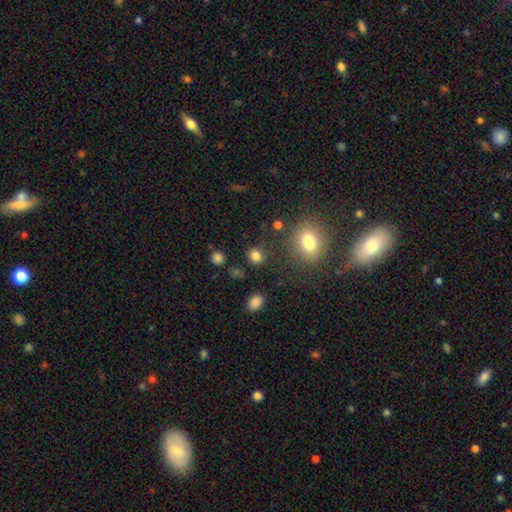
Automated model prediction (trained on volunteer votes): smooth-or-featured: smooth: 82% | star or artifact: 14% | featured or disk: 4%
  how-rounded: round: 80% | in between: 19% | cigar-shaped: 1%
  merging: none: 84% | minor disturbance: 9% | merger: 4% | major disturbance: 4%